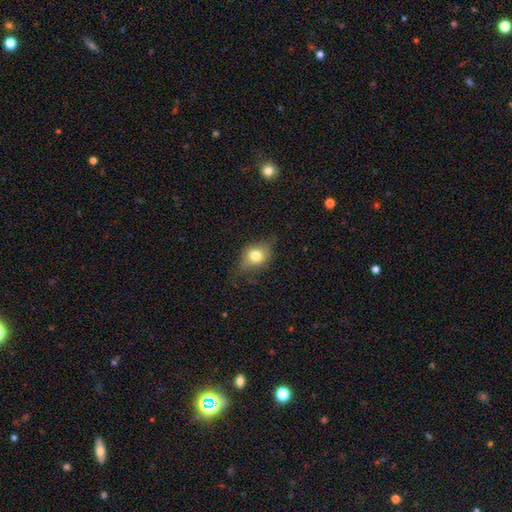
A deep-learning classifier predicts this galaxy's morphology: smooth_or_featured: smooth (p=0.69) [alt: featured or disk p=0.21]
how_rounded: round (p=0.49) [alt: in between p=0.48]
merging: none (p=0.66) [alt: minor disturbance p=0.25]